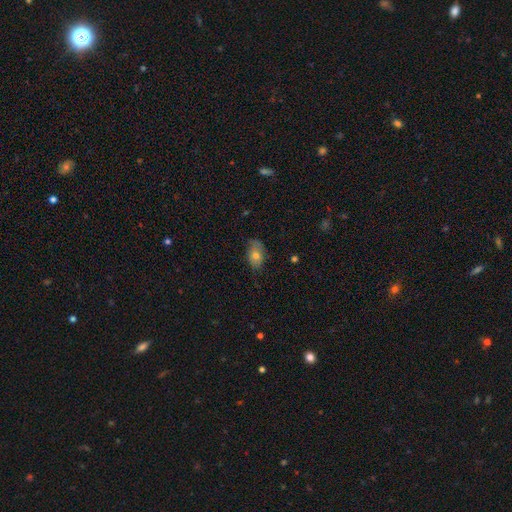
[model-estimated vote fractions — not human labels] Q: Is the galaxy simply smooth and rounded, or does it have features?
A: smooth — 67%.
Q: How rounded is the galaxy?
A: in between — 86%.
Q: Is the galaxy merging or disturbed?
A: none — 69%.